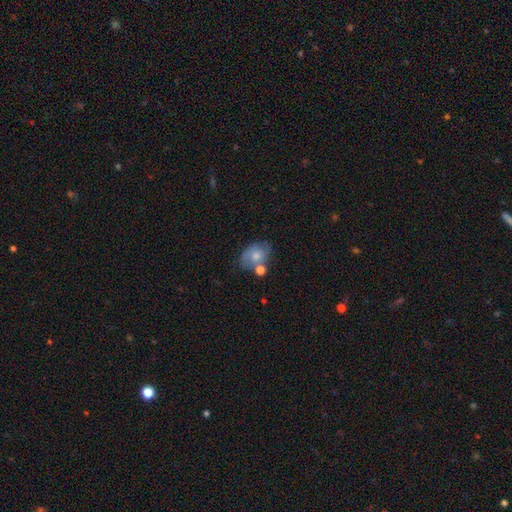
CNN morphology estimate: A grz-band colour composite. It shows a smooth galaxy with no disk features (56%) that is in between round and cigar-shaped (67%). Merging: none (48%).